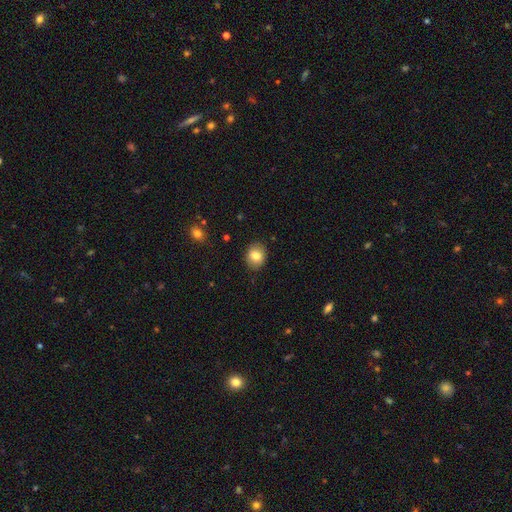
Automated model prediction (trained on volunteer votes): Smooth or featured?
  - smooth: 81% *
  - featured or disk: 10%
  - star or artifact: 9%
How rounded?
  - round: 55% *
  - in between: 44%
  - cigar-shaped: 1%
Merging?
  - none: 87% *
  - minor disturbance: 9%
  - major disturbance: 2%
  - merger: 1%